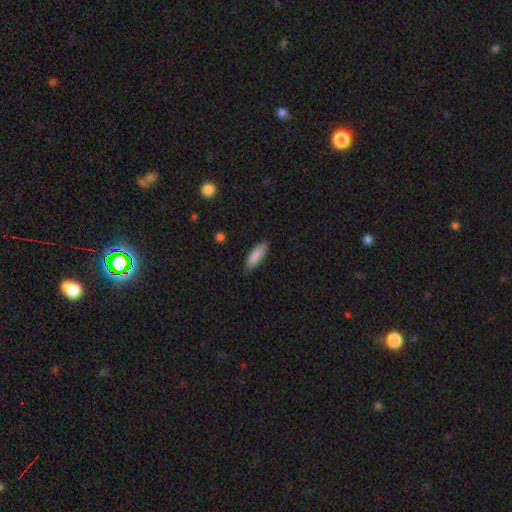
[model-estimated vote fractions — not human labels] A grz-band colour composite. It shows a smooth galaxy with no disk features (88%) that is in between round and cigar-shaped (53%). Merging: none (84%).